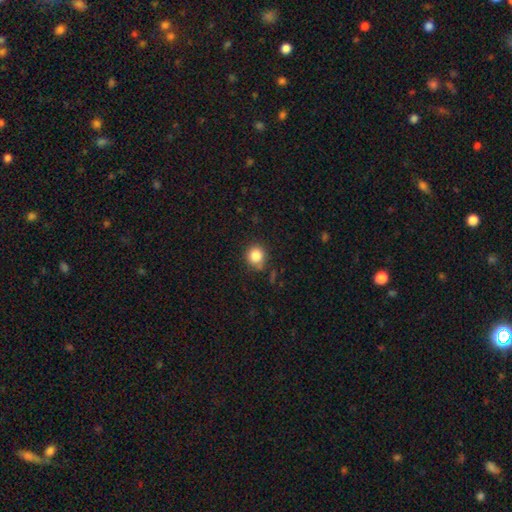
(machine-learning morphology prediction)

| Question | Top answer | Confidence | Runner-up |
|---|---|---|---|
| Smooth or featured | smooth | 84% | star or artifact (11%) |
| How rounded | round | 86% | in between (13%) |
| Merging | none | 76% | minor disturbance (16%) |